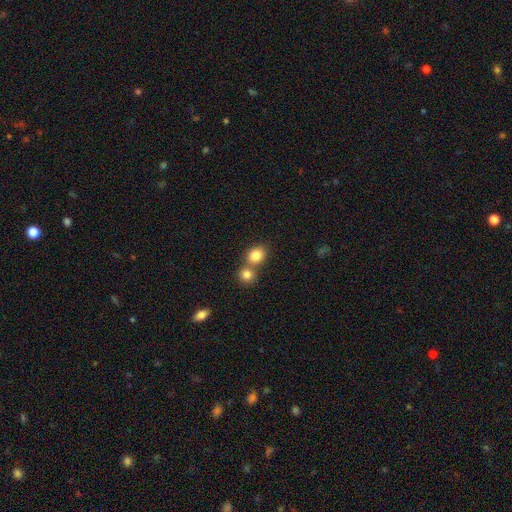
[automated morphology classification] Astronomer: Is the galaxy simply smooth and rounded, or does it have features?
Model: smooth — 83%.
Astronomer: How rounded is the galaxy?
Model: round — 65%.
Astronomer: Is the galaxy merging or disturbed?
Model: none — 48% (runner-up: merger, 42%).